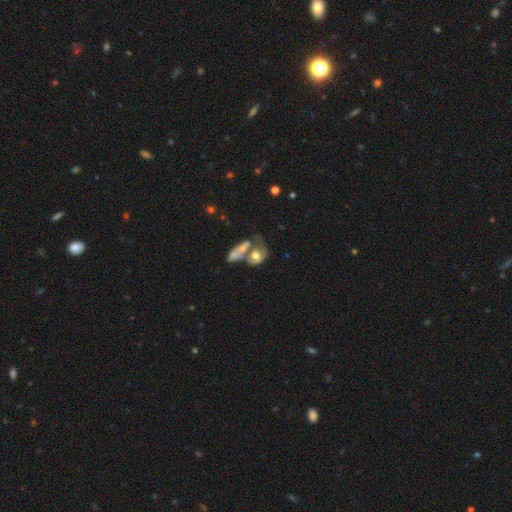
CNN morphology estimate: This is possibly a smooth galaxy (52%). How rounded: likely in between (69%). Merging: possibly merger (58%).